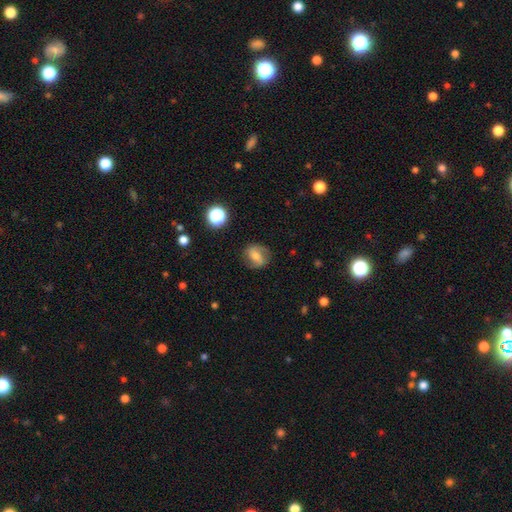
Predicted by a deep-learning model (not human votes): This is possibly a smooth galaxy (45%). Merging: likely none (76%).